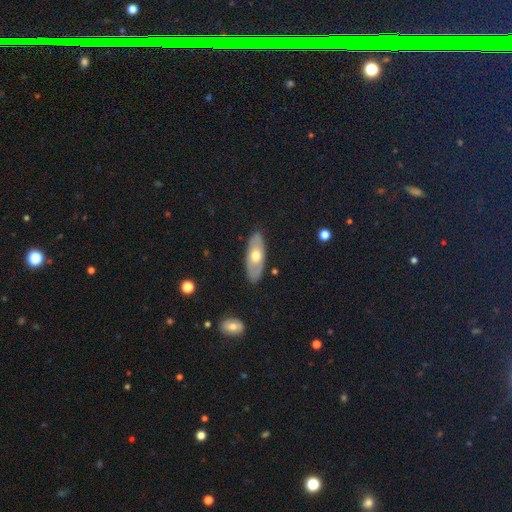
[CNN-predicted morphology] A featured or disk galaxy (49%).

Vote fractions:
- Smooth or featured? featured or disk: 49% / smooth: 44% / star or artifact: 6%
- Merging? none: 86% / minor disturbance: 10% / major disturbance: 2% / merger: 1%